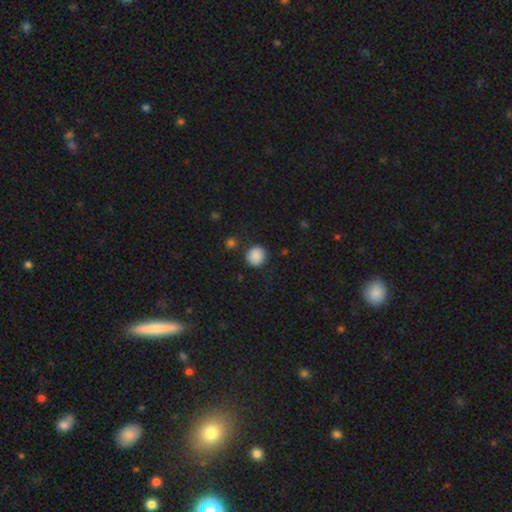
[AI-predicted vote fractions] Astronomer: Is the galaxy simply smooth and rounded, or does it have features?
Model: smooth — 88%.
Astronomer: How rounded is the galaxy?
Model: round — 88%.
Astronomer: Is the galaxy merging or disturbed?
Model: none — 86%.